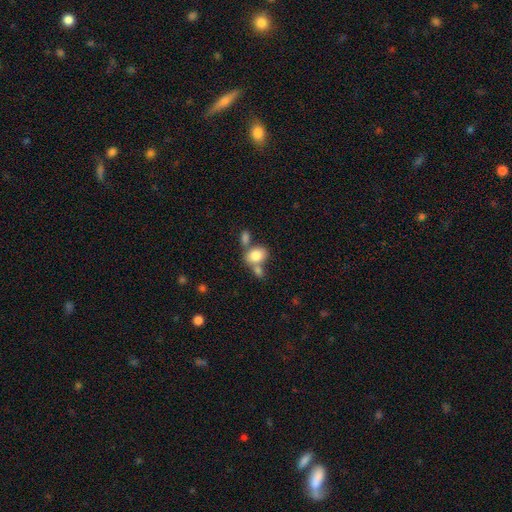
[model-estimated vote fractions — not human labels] Q: Smooth or featured?
A: smooth (80%); runner-up: featured or disk (12%)
Q: How rounded?
A: in between (64%); runner-up: round (34%)
Q: Merging?
A: none (43%); runner-up: merger (39%)